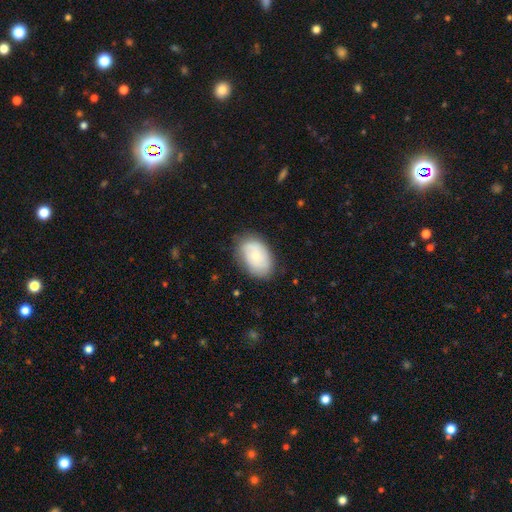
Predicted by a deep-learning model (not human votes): smooth 59%, featured or disk 34%, star or artifact 7%. Down the decision tree: how rounded — in between (87%); merging — none (74%).